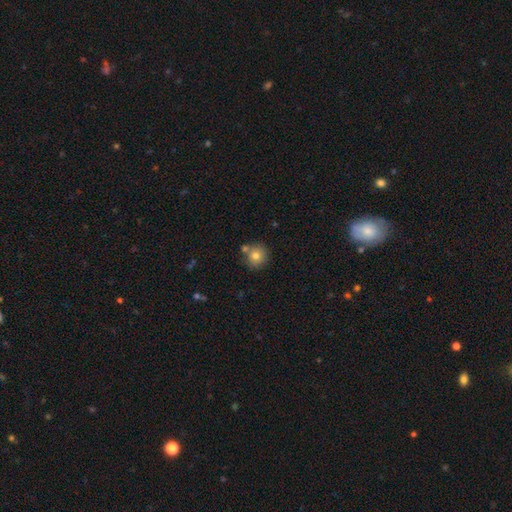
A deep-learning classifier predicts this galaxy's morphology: This is likely a smooth galaxy (78%). How rounded: clearly round (91%). Merging: likely none (67%).